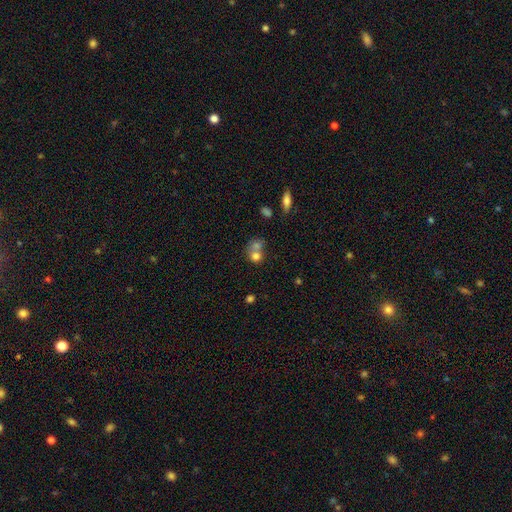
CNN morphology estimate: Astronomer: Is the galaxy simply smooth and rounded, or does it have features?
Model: smooth — 68%.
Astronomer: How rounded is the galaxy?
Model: round — 71%.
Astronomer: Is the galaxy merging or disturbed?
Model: merger — 60%.